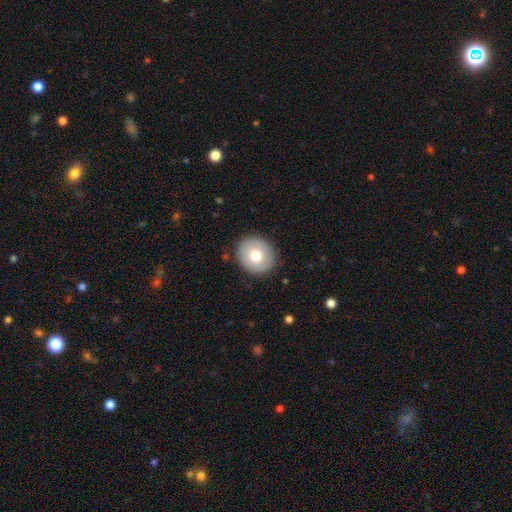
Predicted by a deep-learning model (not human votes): Morphology: type=smooth (73%); roundness=round (86%); merging=none (89%).